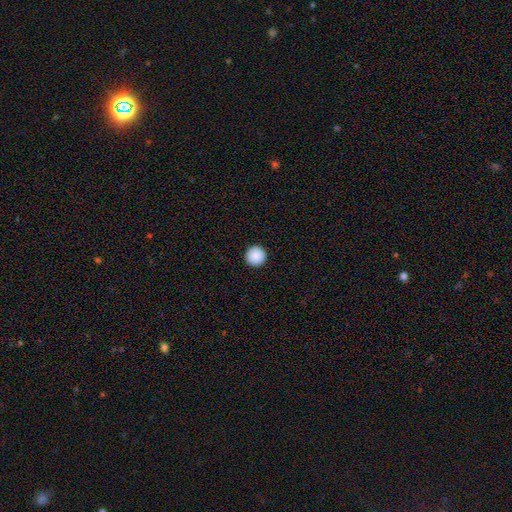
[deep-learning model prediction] A smooth galaxy with no disk features (90%) that is round (97%).

Vote fractions:
- Smooth or featured? smooth: 90% / star or artifact: 8% / featured or disk: 3%
- How rounded? round: 97% / in between: 2% / cigar-shaped: 1%
- Merging? none: 94% / minor disturbance: 4% / major disturbance: 1% / merger: 1%